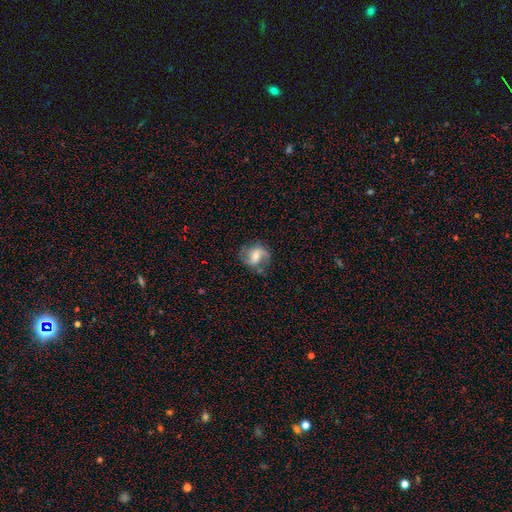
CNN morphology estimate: This is likely a featured or disk galaxy (71%). It is clearly not viewed edge-on (97%). Bar: possibly weak (47%). Spiral arm pattern: clearly yes (92%). Spiral arm count: clearly 2 (85%). Spiral winding: marginally medium (43%). Central bulge: possibly moderate (55%). Merging: likely none (69%).